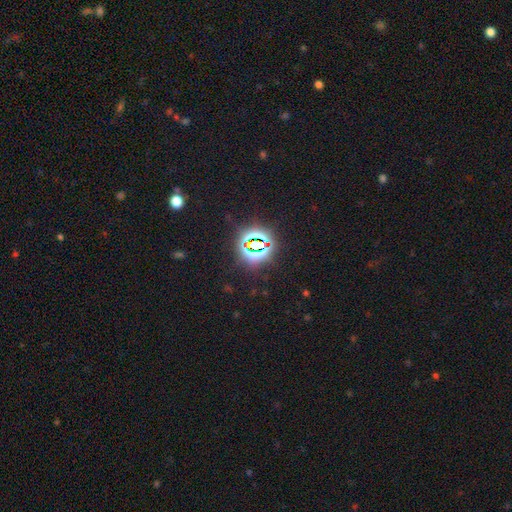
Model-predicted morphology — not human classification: Smooth or featured? star or artifact (83%)